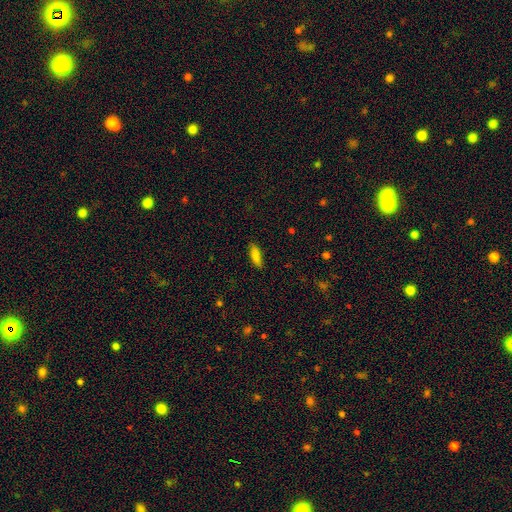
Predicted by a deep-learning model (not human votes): A smooth galaxy with no disk features (83%) that is in between round and cigar-shaped (58%).

Vote fractions:
- Smooth or featured? smooth: 83% / featured or disk: 9% / star or artifact: 8%
- How rounded? in between: 58% / cigar-shaped: 40% / round: 2%
- Merging? none: 85% / minor disturbance: 11% / major disturbance: 2% / merger: 1%